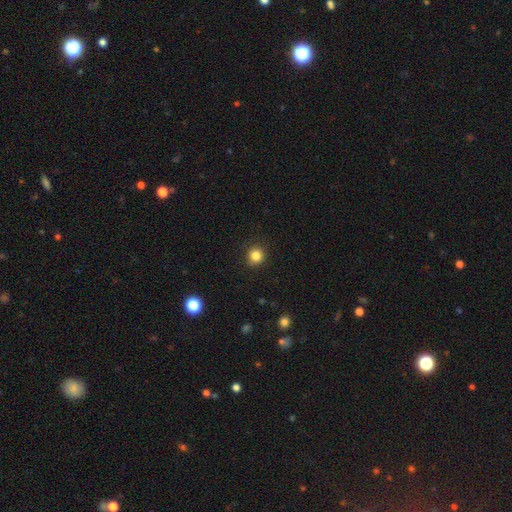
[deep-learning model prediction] Overall: smooth (84%). How rounded: round (92%). Merging: none (91%).